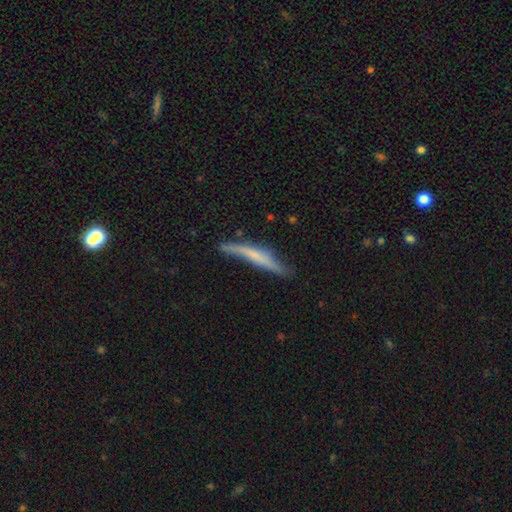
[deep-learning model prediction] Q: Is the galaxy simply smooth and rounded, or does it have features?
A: smooth — 49%.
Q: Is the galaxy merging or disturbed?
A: none — 57%.